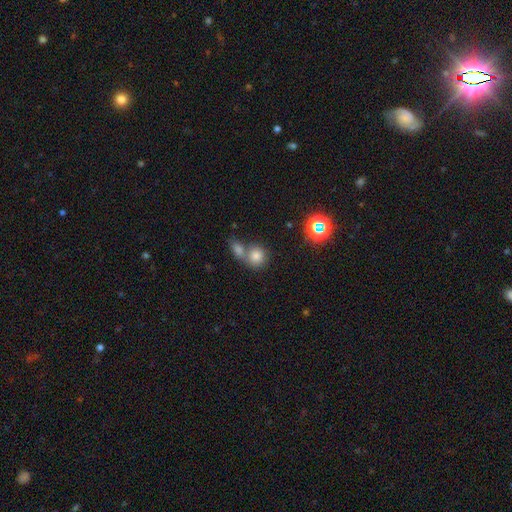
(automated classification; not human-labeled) Smooth or featured: smooth — 76% (star or artifact — 15%)
How rounded: round — 80% (in between — 19%)
Merging: merger — 50% (none — 40%)